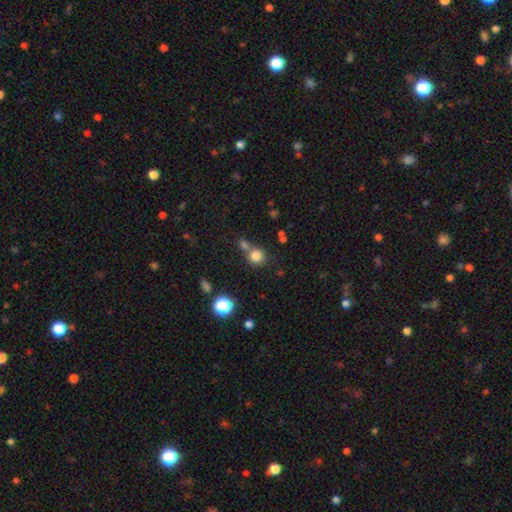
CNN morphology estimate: Smooth or featured? Predicted: smooth (p=0.79). How rounded? Predicted: round (p=0.90). Merging? Predicted: none (p=0.59).